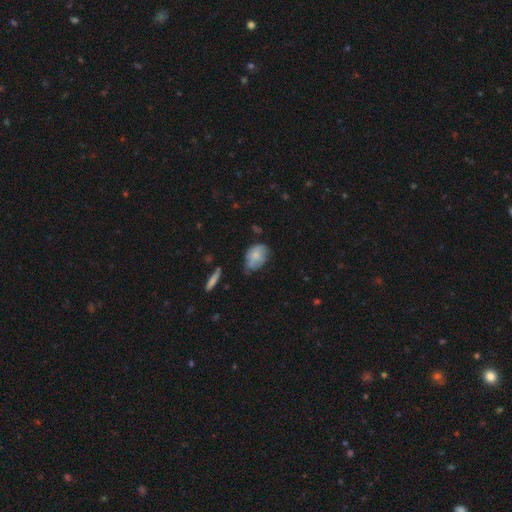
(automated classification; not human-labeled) The model was most divided on "merging": none: 44%, minor disturbance: 41%, major disturbance: 12%, merger: 3%. More confident: how rounded — in between (78%); smooth or featured — smooth (69%).